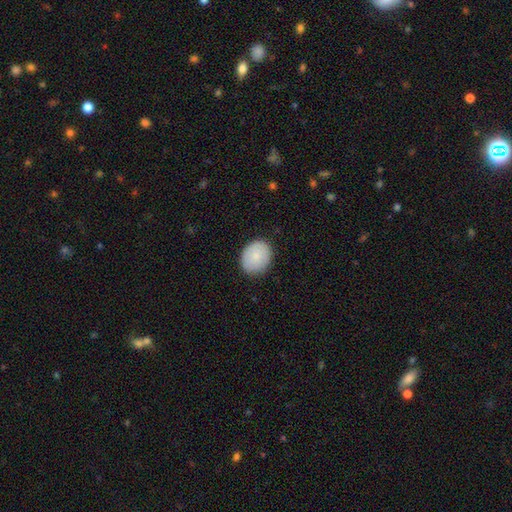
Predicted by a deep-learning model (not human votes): Smooth or featured: smooth — 82% (featured or disk — 12%)
How rounded: round — 56% (in between — 43%)
Merging: none — 86% (minor disturbance — 11%)